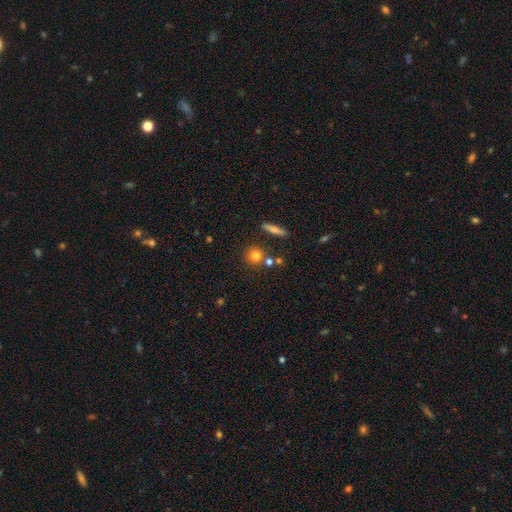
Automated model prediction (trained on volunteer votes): smooth 78%, star or artifact 12%, featured or disk 11%. Down the decision tree: how rounded — round (87%); merging — none (74%).